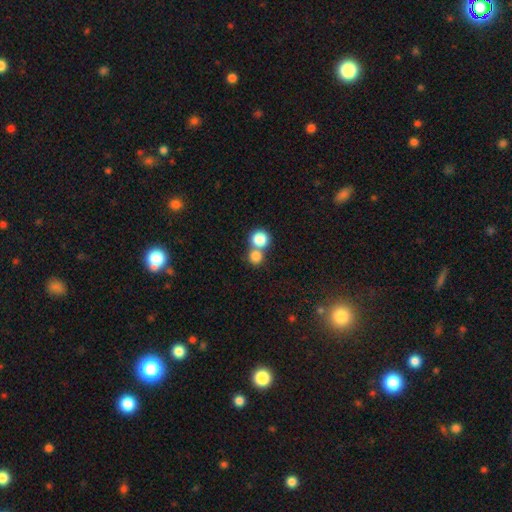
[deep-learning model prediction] Smooth or featured: smooth — 81% (star or artifact — 11%)
How rounded: round — 86% (in between — 13%)
Merging: merger — 48% (none — 44%)